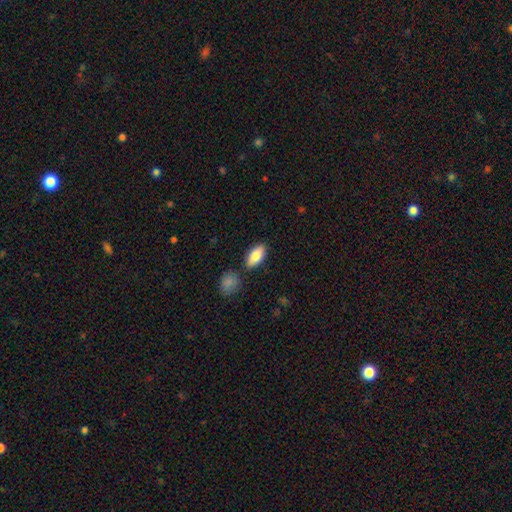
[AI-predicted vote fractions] smooth_or_featured: smooth (p=0.81) [alt: featured or disk p=0.12]
how_rounded: in between (p=0.89) [alt: cigar-shaped p=0.08]
merging: none (p=0.82) [alt: minor disturbance p=0.10]